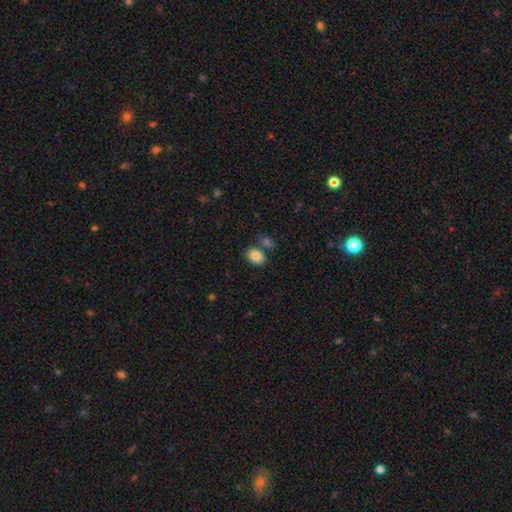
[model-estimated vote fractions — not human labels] Smooth or featured? Predicted: smooth (p=0.84). How rounded? Predicted: in between (p=0.77). Merging? Predicted: none (p=0.68).